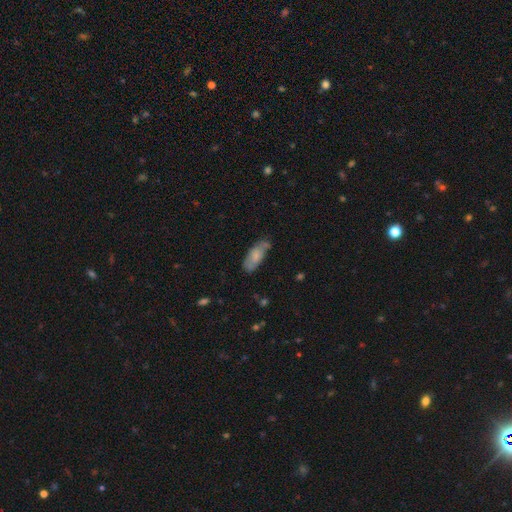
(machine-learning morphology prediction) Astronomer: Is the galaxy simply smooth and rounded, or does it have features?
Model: smooth — 66%.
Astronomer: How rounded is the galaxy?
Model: in between — 78%.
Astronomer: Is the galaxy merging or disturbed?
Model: none — 58%.